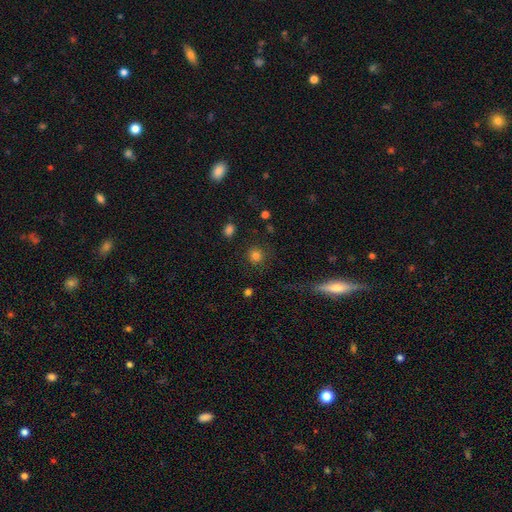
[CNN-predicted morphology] The model was most divided on "smooth or featured": smooth: 80%, star or artifact: 14%, featured or disk: 6%. More confident: how rounded — round (91%); merging — none (85%).